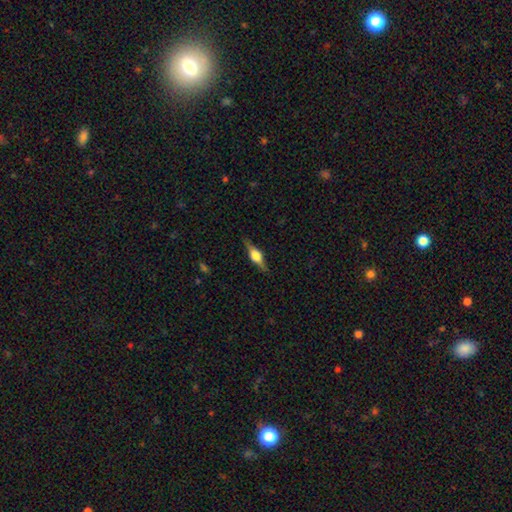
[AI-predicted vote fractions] Smooth or featured? featured or disk (76%)
Edge-on disk? yes (97%)
Edge-on bulge? rounded (91%)
Merging? none (88%)